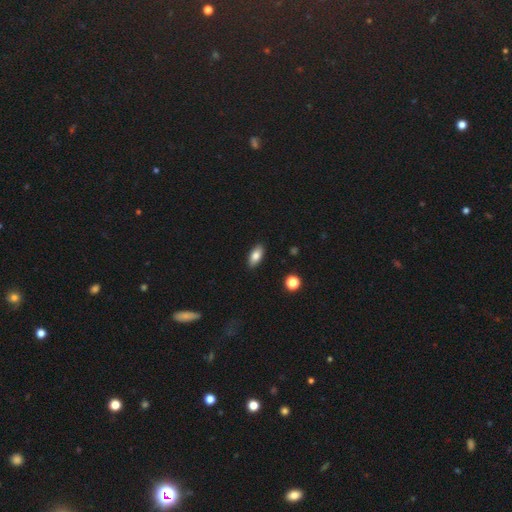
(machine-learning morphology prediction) Smooth or featured: smooth — 82% (featured or disk — 10%)
How rounded: in between — 89% (cigar-shaped — 8%)
Merging: none — 88% (minor disturbance — 9%)